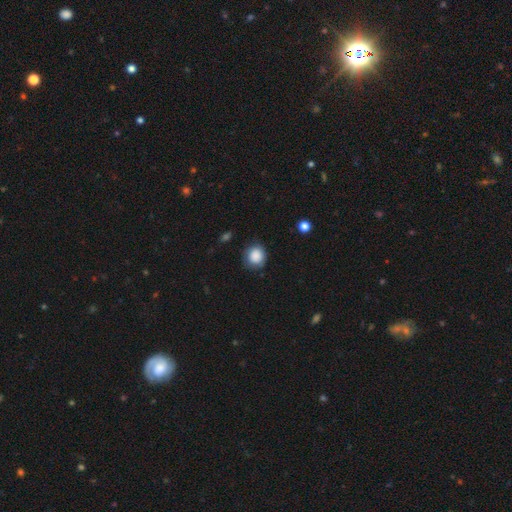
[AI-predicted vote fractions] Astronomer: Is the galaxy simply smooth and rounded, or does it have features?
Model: smooth — 86%.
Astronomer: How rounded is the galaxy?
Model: round — 85%.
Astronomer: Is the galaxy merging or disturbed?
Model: none — 72%.